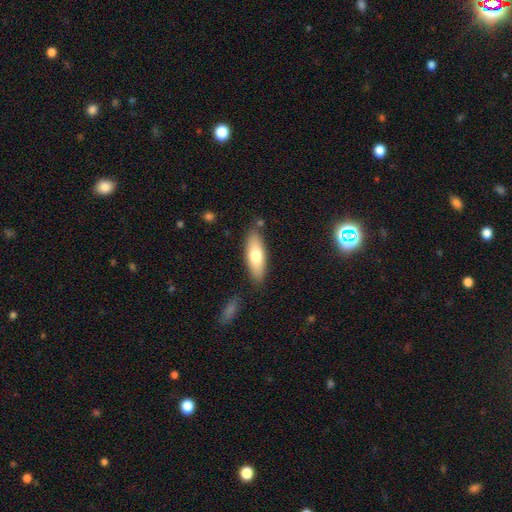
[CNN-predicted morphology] smooth_or_featured: smooth (p=0.71) [alt: featured or disk p=0.23]
how_rounded: in between (p=0.58) [alt: cigar-shaped p=0.40]
merging: none (p=0.82) [alt: minor disturbance p=0.12]